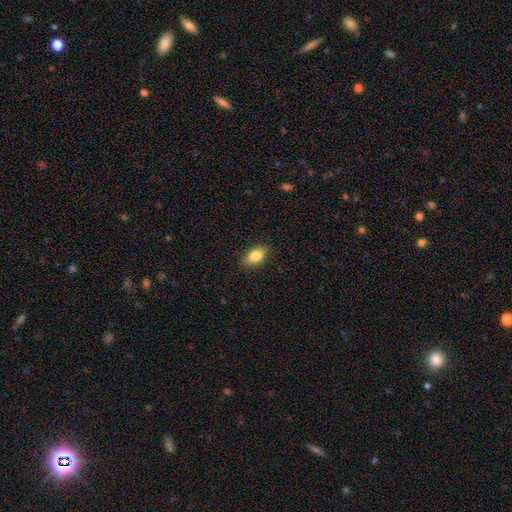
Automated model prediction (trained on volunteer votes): smooth-or-featured: smooth: 81% | featured or disk: 11% | star or artifact: 8%
  how-rounded: in between: 85% | round: 10% | cigar-shaped: 5%
  merging: none: 87% | minor disturbance: 10% | major disturbance: 2% | merger: 1%